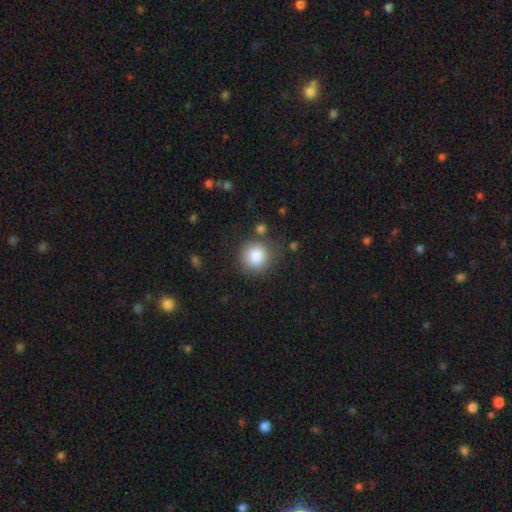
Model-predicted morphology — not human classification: Smooth or featured? smooth (86%)
How rounded? round (92%)
Merging? none (79%)